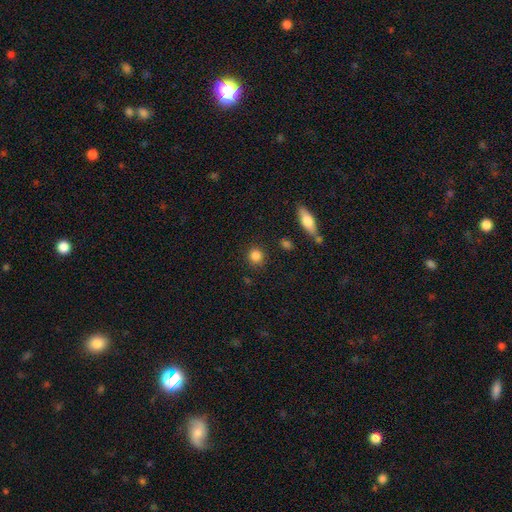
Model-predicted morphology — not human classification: smooth_or_featured: smooth (p=0.84) [alt: star or artifact p=0.10]
how_rounded: round (p=0.89) [alt: in between p=0.09]
merging: none (p=0.87) [alt: minor disturbance p=0.08]